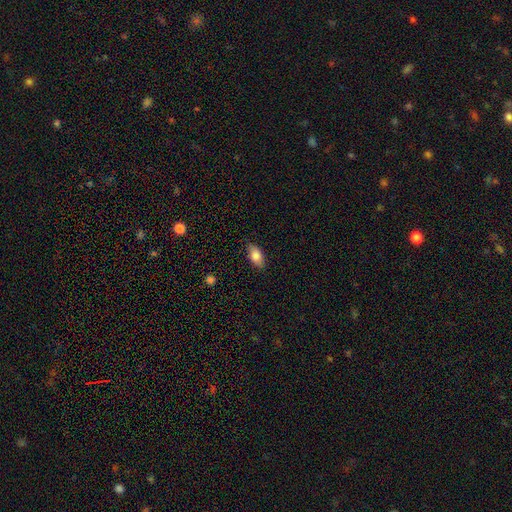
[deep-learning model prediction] Smooth or featured?
  - smooth: 81% *
  - featured or disk: 12%
  - star or artifact: 7%
How rounded?
  - in between: 90% *
  - cigar-shaped: 6%
  - round: 4%
Merging?
  - none: 81% *
  - minor disturbance: 15%
  - major disturbance: 3%
  - merger: 1%